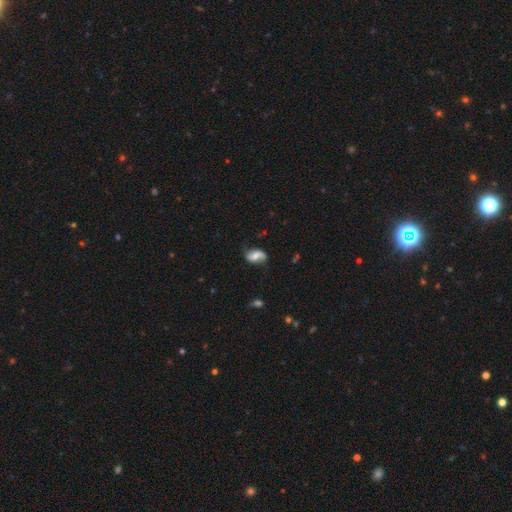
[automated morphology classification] Overall: featured or disk (57%; smooth 35%). Edge-on disk: no (96%). Bar: no (49%; weak 37%). Spiral arms: yes (89%). Bulge size: moderate (45%; small 29%). Merging: none (64%; minor disturbance 24%).